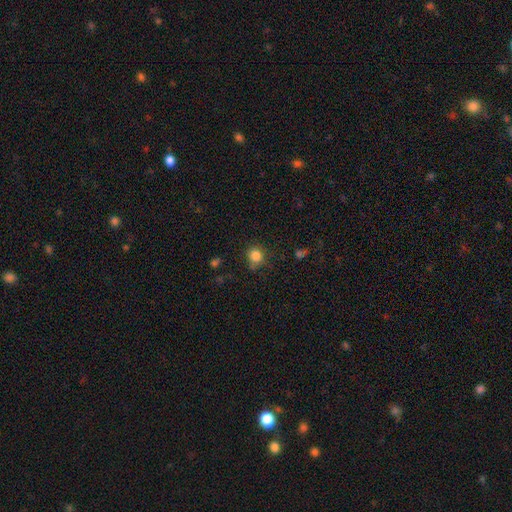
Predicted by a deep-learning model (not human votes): A smooth galaxy with no disk features (84%) that is round (82%). Merging: none (73%).